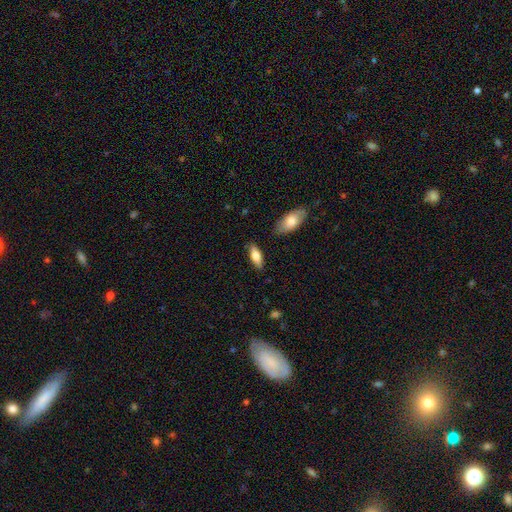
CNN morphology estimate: Smooth or featured? Predicted: smooth (p=0.74). How rounded? Predicted: in between (p=0.72). Merging? Predicted: none (p=0.84).